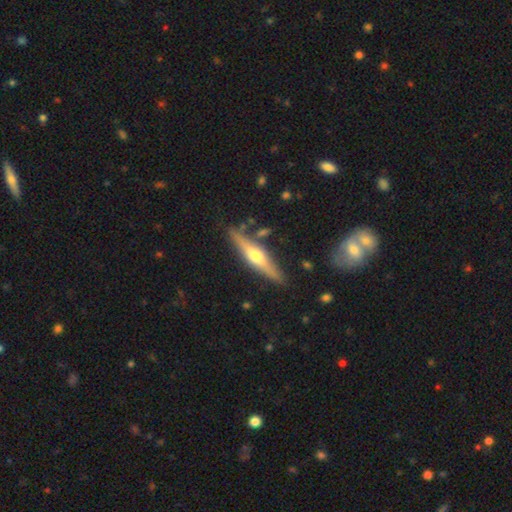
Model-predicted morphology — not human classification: smooth_or_featured: featured or disk (p=0.66) [alt: smooth p=0.28]
disk_edge_on: yes (p=0.95) [alt: no p=0.05]
edge_on_bulge: rounded (p=0.92) [alt: boxy p=0.04]
merging: none (p=0.84) [alt: minor disturbance p=0.11]